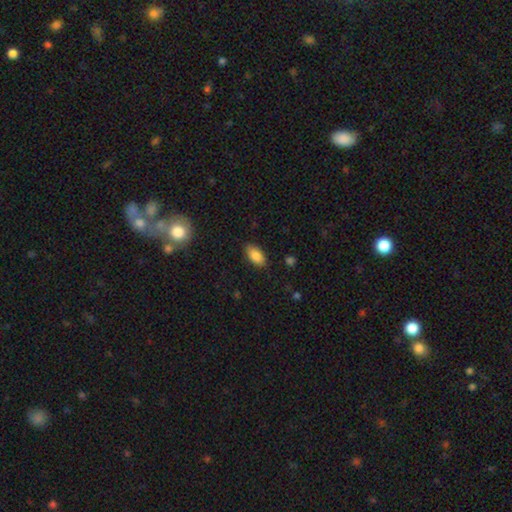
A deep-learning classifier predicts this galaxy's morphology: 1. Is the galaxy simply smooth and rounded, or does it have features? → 85% smooth, 8% star or artifact, 7% featured or disk.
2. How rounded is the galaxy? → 91% in between, 6% cigar-shaped, 3% round.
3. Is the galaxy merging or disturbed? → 86% none, 11% minor disturbance, 2% major disturbance, 1% merger.